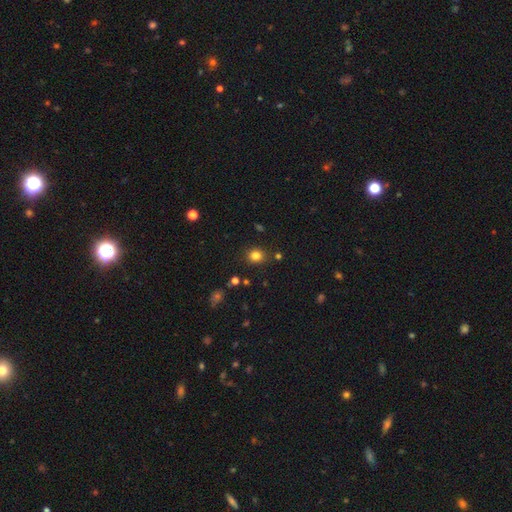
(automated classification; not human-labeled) Smooth or featured? Predicted: smooth (p=0.81). How rounded? Predicted: round (p=0.73). Merging? Predicted: none (p=0.85).